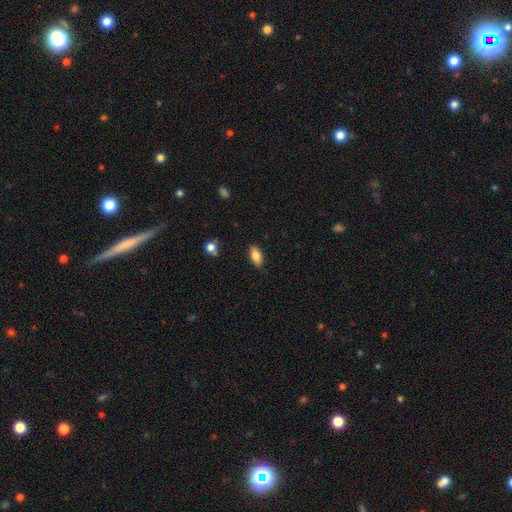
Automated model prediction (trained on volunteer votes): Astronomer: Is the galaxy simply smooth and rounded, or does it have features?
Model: smooth — 81%.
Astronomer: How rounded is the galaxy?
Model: in between — 88%.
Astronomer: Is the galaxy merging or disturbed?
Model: none — 85%.